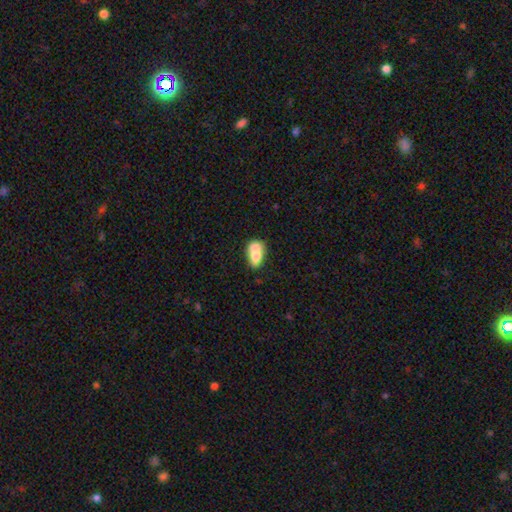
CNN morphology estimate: Smooth or featured: smooth — 70% (featured or disk — 22%)
How rounded: in between — 82% (round — 13%)
Merging: merger — 50% (none — 30%)